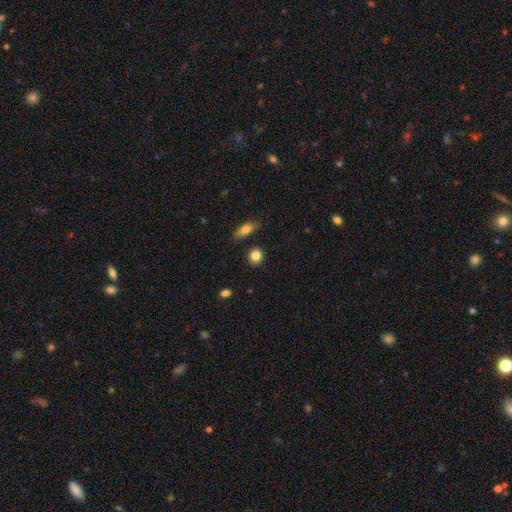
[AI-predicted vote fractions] Smooth or featured?
  - smooth: 85% *
  - star or artifact: 10%
  - featured or disk: 6%
How rounded?
  - round: 75% *
  - in between: 23%
  - cigar-shaped: 2%
Merging?
  - none: 85% *
  - minor disturbance: 9%
  - merger: 3%
  - major disturbance: 2%